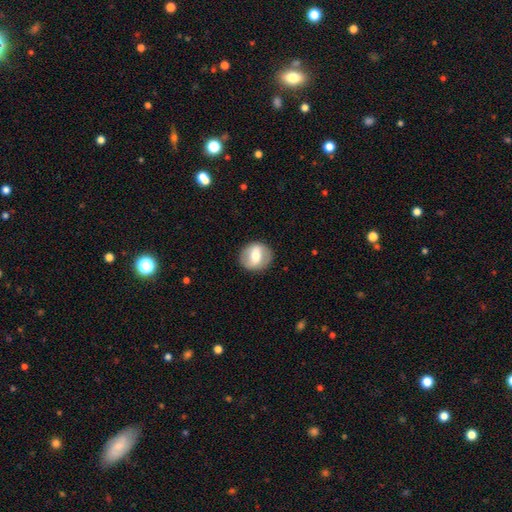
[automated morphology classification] smooth_or_featured: featured or disk (p=0.49) [alt: smooth p=0.44]
merging: none (p=0.86) [alt: minor disturbance p=0.09]